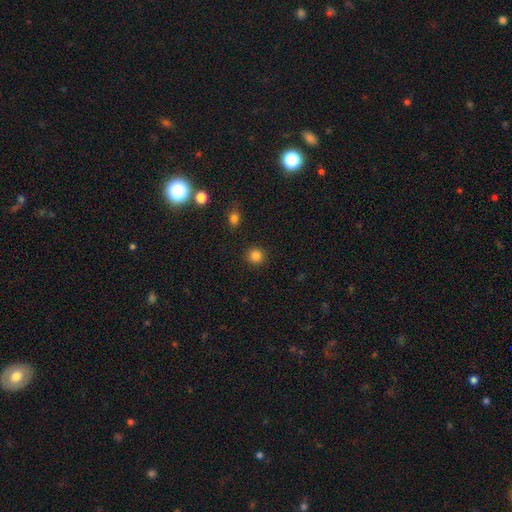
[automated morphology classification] Smooth or featured? Predicted: smooth (p=0.84). How rounded? Predicted: round (p=0.92). Merging? Predicted: none (p=0.92).